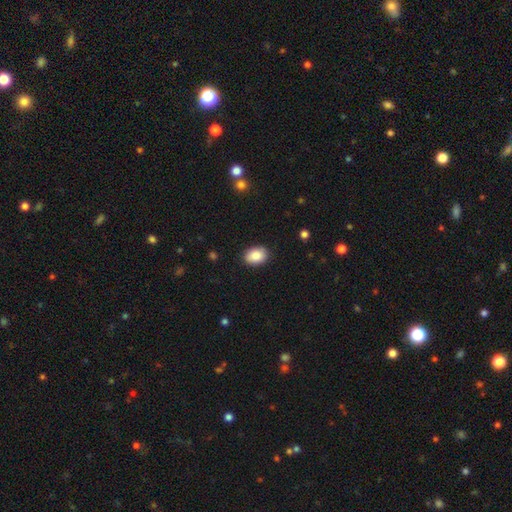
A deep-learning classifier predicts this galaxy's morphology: smooth 88%, star or artifact 7%, featured or disk 5%. Down the decision tree: how rounded — in between (78%); merging — none (87%).